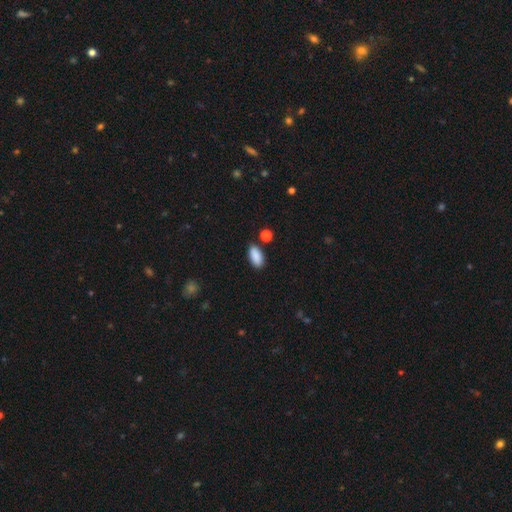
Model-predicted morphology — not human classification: The model was most divided on "merging": none: 83%, minor disturbance: 10%, merger: 4%, major disturbance: 2%. More confident: how rounded — in between (91%); smooth or featured — smooth (89%).